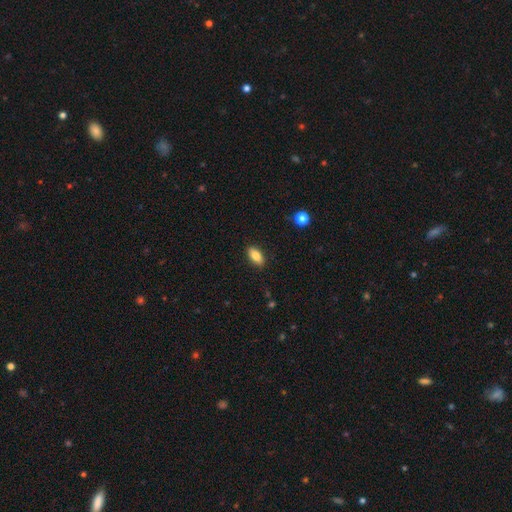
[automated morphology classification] smooth-or-featured: smooth: 81% | featured or disk: 11% | star or artifact: 8%
  how-rounded: in between: 89% | cigar-shaped: 7% | round: 4%
  merging: none: 88% | minor disturbance: 9% | major disturbance: 2% | merger: 1%